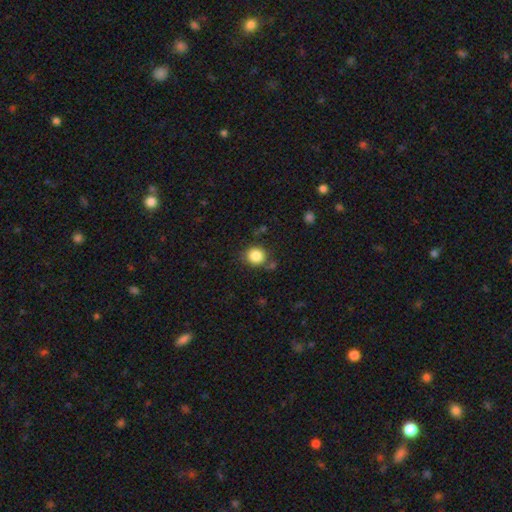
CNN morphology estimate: Smooth or featured? smooth (85%)
How rounded? round (83%)
Merging? none (79%)